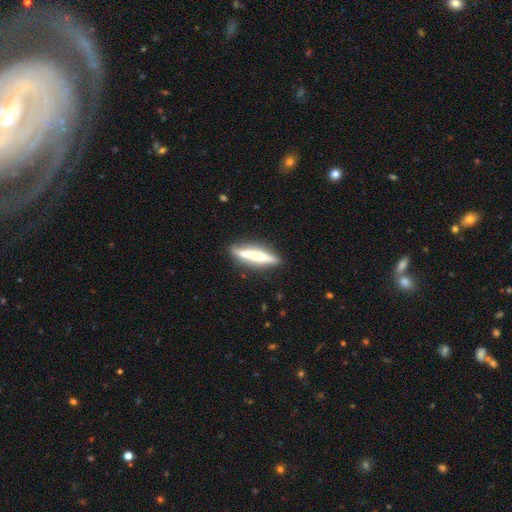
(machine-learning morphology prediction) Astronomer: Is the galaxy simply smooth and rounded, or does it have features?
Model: smooth — 49% (runner-up: featured or disk, 45%).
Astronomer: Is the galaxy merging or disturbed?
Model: none — 83%.